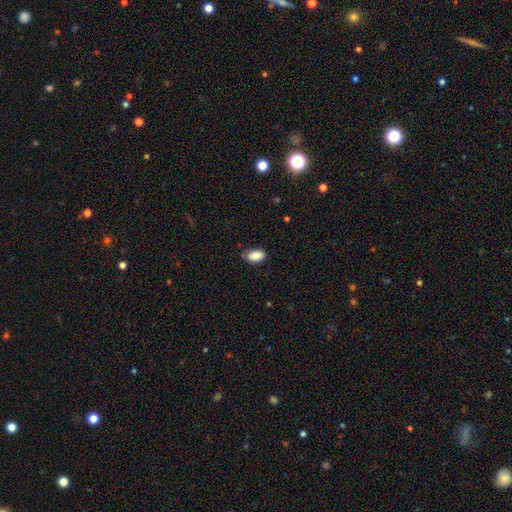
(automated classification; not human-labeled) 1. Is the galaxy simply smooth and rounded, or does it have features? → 88% smooth, 7% star or artifact, 5% featured or disk.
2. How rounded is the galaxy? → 93% in between, 5% round, 2% cigar-shaped.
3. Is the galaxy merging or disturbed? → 77% none, 19% minor disturbance, 3% major disturbance, 1% merger.